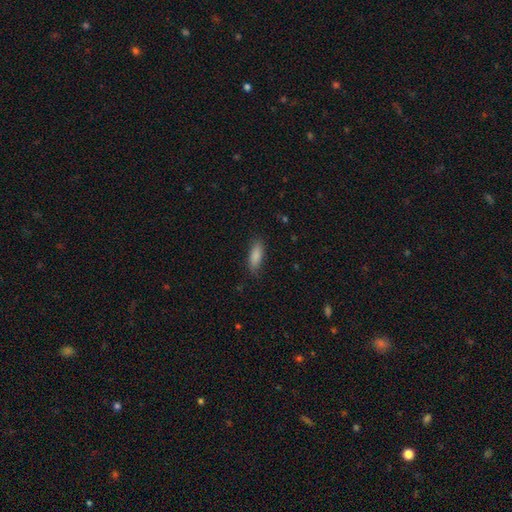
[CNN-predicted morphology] Smooth or featured?
  - smooth: 87% *
  - featured or disk: 7%
  - star or artifact: 6%
How rounded?
  - in between: 70% *
  - cigar-shaped: 28%
  - round: 2%
Merging?
  - none: 81% *
  - minor disturbance: 15%
  - major disturbance: 3%
  - merger: 1%